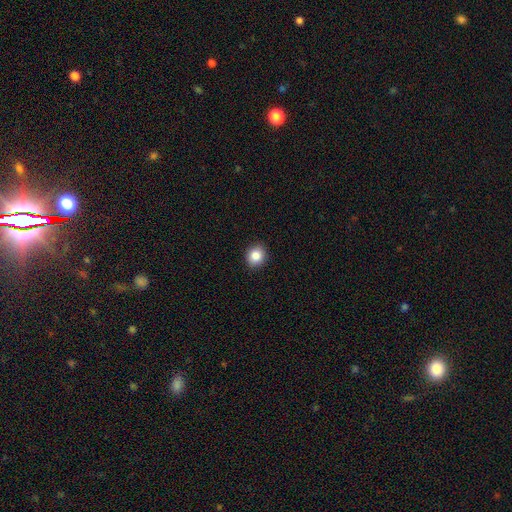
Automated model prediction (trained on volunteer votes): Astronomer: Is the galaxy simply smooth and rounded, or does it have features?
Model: smooth — 86%.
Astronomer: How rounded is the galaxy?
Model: round — 77%.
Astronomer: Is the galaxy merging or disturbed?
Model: none — 92%.